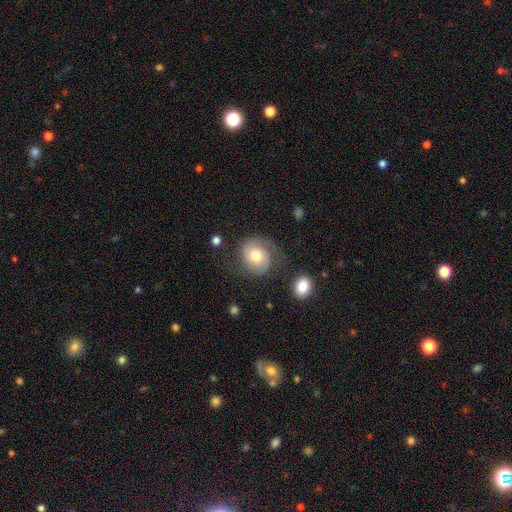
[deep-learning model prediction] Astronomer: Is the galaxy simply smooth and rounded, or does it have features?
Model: featured or disk — 58% (runner-up: smooth, 34%).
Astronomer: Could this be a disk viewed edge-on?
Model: no — 97%.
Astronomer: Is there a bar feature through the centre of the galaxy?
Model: no — 74%.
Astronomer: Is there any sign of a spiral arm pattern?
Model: yes — 87%.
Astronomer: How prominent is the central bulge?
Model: moderate — 72%.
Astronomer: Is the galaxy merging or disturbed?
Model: none — 56%.